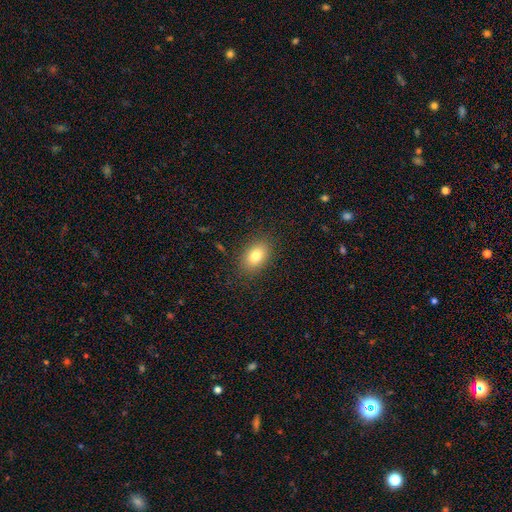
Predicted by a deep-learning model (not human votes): Smooth or featured?
  - smooth: 81% *
  - featured or disk: 10%
  - star or artifact: 9%
How rounded?
  - in between: 83% *
  - round: 15%
  - cigar-shaped: 1%
Merging?
  - none: 85% *
  - minor disturbance: 10%
  - major disturbance: 3%
  - merger: 1%